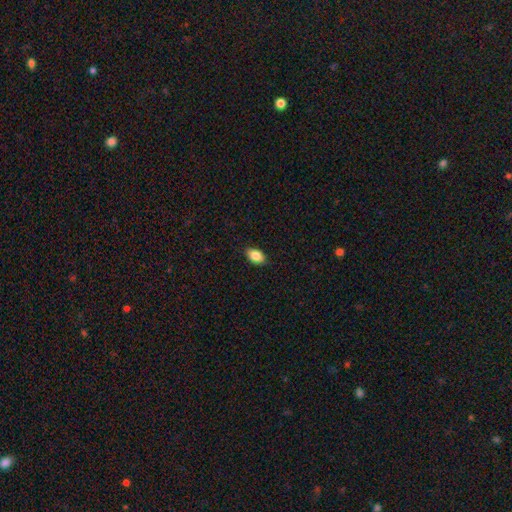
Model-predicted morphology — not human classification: The model was most divided on "merging": none: 88%, minor disturbance: 10%, major disturbance: 2%, merger: 1%. More confident: how rounded — in between (90%); smooth or featured — smooth (86%).